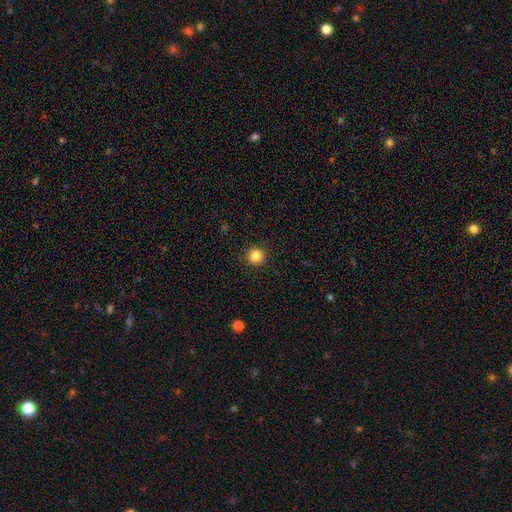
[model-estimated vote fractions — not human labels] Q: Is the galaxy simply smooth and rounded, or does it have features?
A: smooth — 84%.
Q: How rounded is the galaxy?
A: round — 94%.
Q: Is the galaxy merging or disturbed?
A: none — 91%.